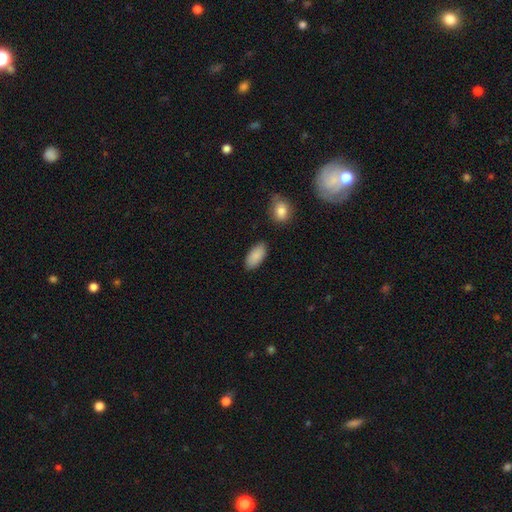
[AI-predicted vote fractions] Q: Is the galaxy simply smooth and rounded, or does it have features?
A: smooth — 89%.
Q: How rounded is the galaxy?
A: in between — 92%.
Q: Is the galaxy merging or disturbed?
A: none — 84%.